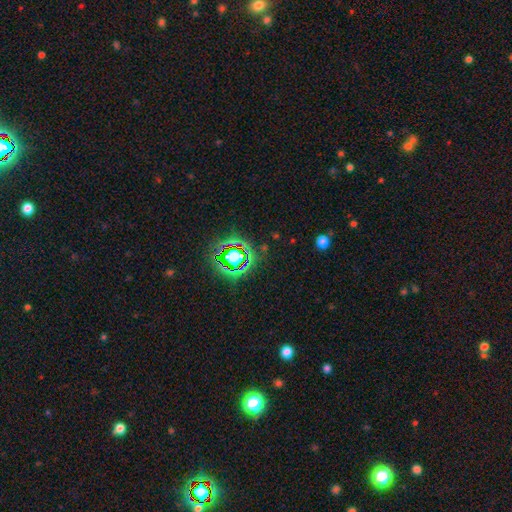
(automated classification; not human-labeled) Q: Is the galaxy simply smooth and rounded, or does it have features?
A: star or artifact — 78%.